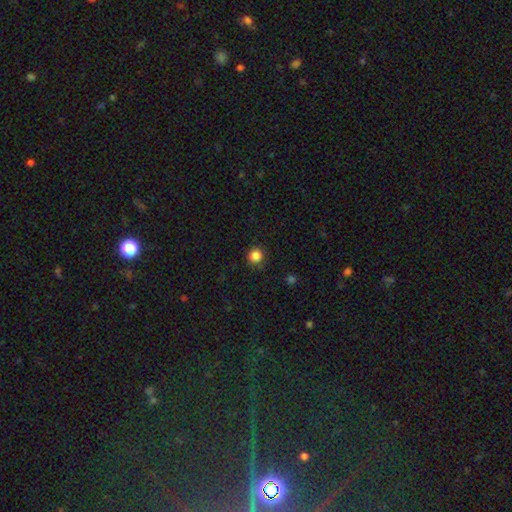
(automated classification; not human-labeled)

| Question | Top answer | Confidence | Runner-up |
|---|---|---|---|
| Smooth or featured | smooth | 85% | star or artifact (12%) |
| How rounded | round | 95% | in between (4%) |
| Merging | none | 88% | minor disturbance (8%) |